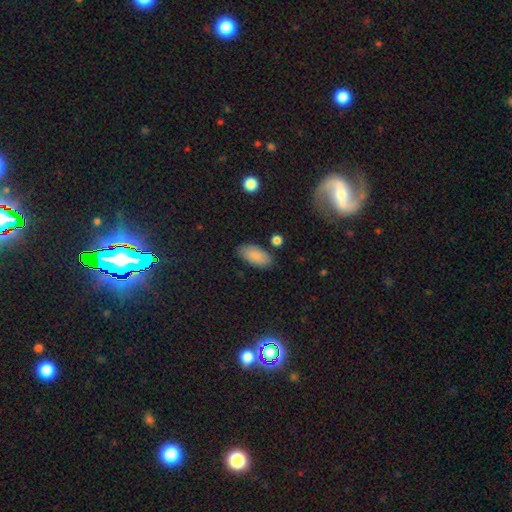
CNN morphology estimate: Q: Smooth or featured?
A: smooth (86%); runner-up: featured or disk (7%)
Q: How rounded?
A: in between (93%); runner-up: cigar-shaped (5%)
Q: Merging?
A: none (81%); runner-up: minor disturbance (13%)